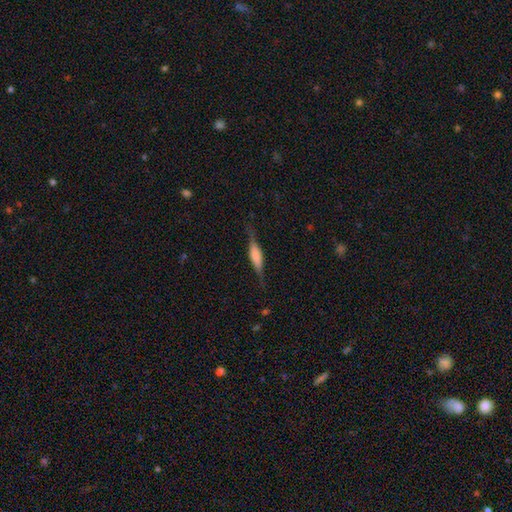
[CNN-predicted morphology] type=featured or disk (54%); edge-on=yes (95%); edge-on bulge=boxy (48%); merging=none (78%).